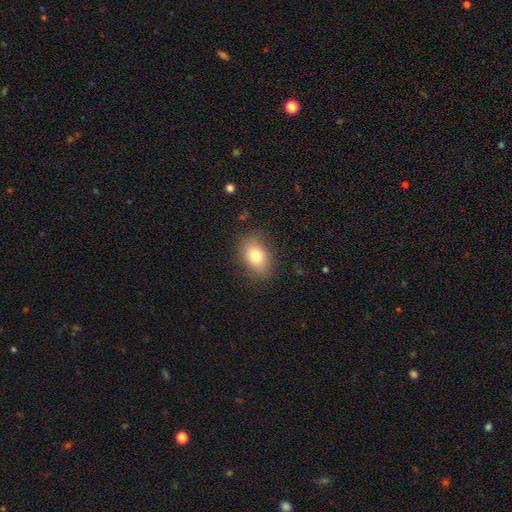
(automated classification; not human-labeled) The model was most divided on "how rounded": in between: 77%, round: 21%, cigar-shaped: 1%. More confident: merging — none (83%); smooth or featured — smooth (78%).